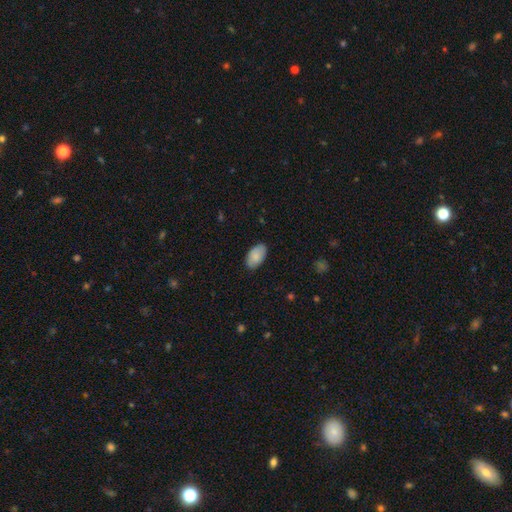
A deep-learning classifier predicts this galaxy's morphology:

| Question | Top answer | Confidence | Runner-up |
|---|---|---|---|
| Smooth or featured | smooth | 85% | featured or disk (9%) |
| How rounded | in between | 95% | round (4%) |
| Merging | none | 85% | minor disturbance (12%) |